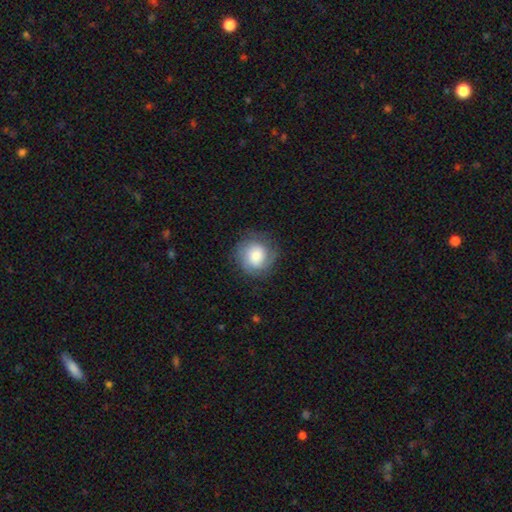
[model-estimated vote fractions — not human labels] Overall: smooth (58%; featured or disk 34%). How rounded: round (89%). Merging: none (75%).